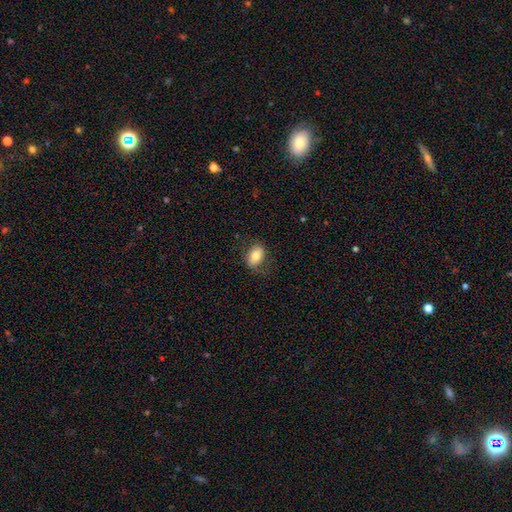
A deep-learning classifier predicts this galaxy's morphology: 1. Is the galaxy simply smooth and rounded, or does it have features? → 74% smooth, 18% featured or disk, 8% star or artifact.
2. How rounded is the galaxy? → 80% in between, 19% round, 1% cigar-shaped.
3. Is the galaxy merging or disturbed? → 74% none, 18% minor disturbance, 7% major disturbance, 1% merger.